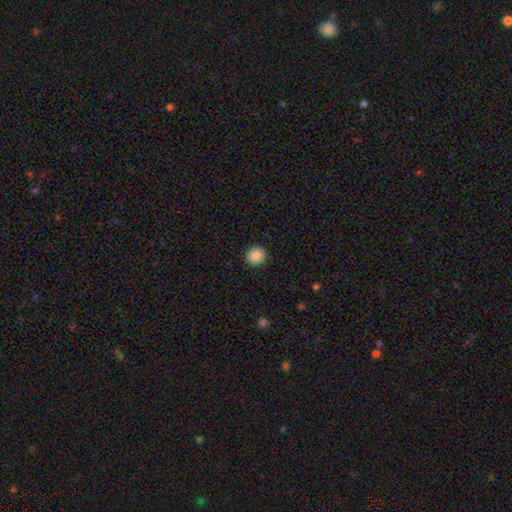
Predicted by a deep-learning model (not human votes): A smooth galaxy with no disk features (87%) that is round (87%). Merging: none (91%).